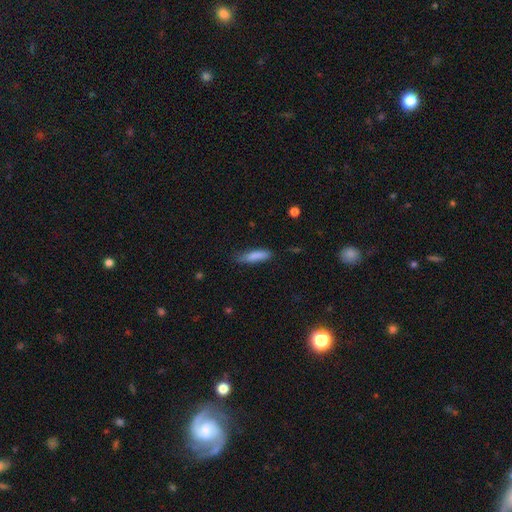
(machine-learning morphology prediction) smooth-or-featured: smooth: 85% | featured or disk: 9% | star or artifact: 6%
  how-rounded: cigar-shaped: 70% | in between: 28% | round: 2%
  merging: none: 74% | minor disturbance: 20% | major disturbance: 4% | merger: 2%